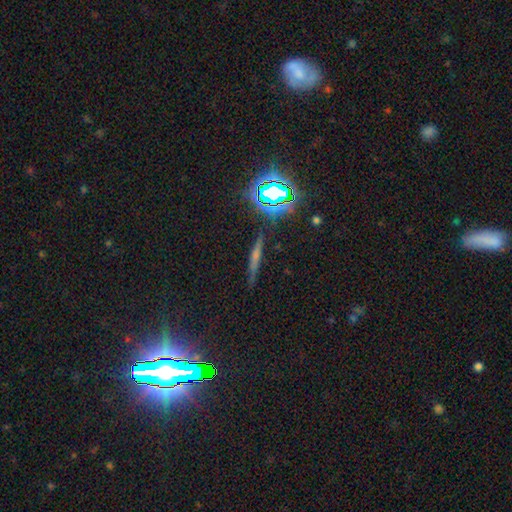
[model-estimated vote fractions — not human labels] smooth_or_featured: featured or disk (p=0.41) [alt: star or artifact p=0.31]
merging: none (p=0.86) [alt: minor disturbance p=0.09]